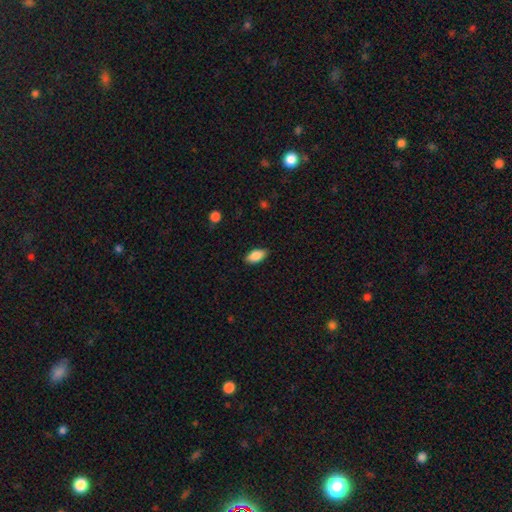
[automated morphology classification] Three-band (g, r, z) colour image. It shows a smooth galaxy with no disk features (87%) that is in between round and cigar-shaped (92%). Merging: none (87%).